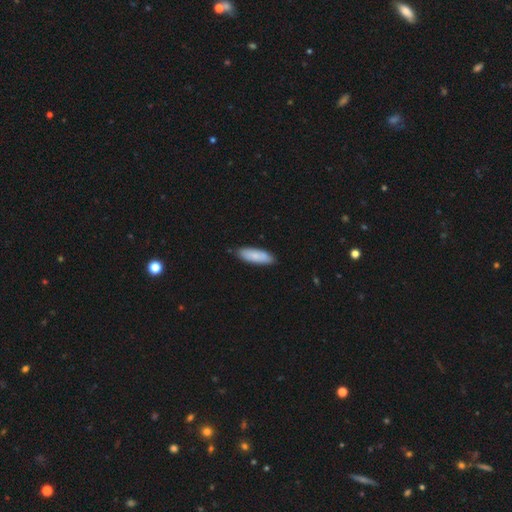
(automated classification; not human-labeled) Smooth or featured: smooth — 82% (featured or disk — 12%)
How rounded: in between — 59% (cigar-shaped — 39%)
Merging: none — 85% (minor disturbance — 12%)